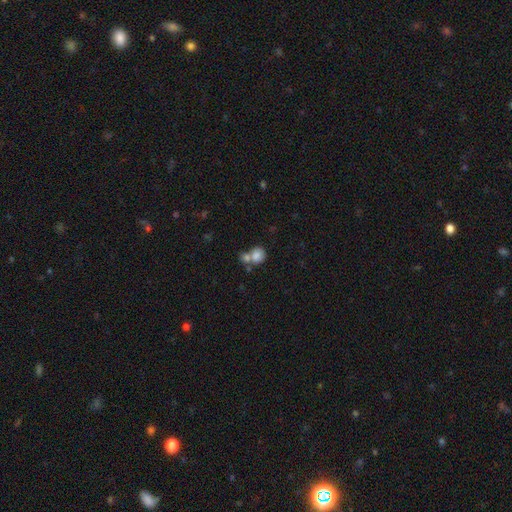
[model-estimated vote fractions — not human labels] A smooth galaxy with no disk features (80%) that is round (66%). Merging: merger (50%).